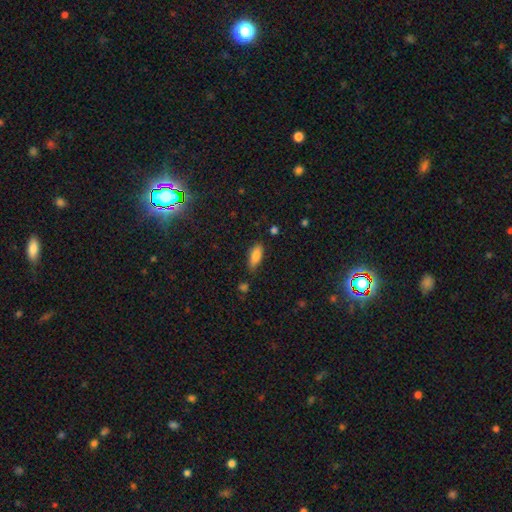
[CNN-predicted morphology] Smooth or featured?
  - smooth: 83% *
  - featured or disk: 9%
  - star or artifact: 8%
How rounded?
  - in between: 74% *
  - cigar-shaped: 24%
  - round: 2%
Merging?
  - none: 78% *
  - minor disturbance: 17%
  - major disturbance: 3%
  - merger: 2%